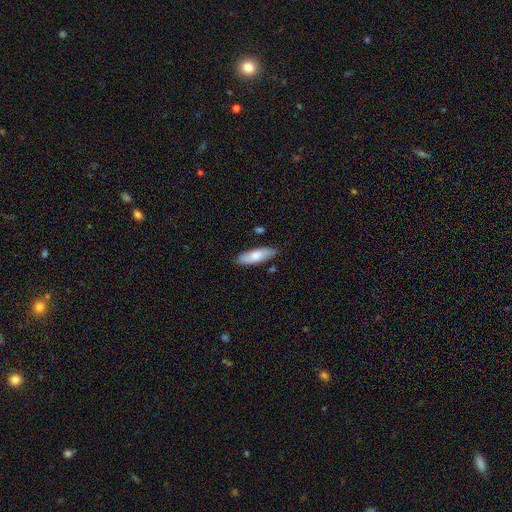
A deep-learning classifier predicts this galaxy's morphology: smooth-or-featured: smooth: 75% | featured or disk: 19% | star or artifact: 6%
  how-rounded: in between: 56% | cigar-shaped: 43% | round: 2%
  merging: none: 82% | minor disturbance: 13% | merger: 2% | major disturbance: 2%